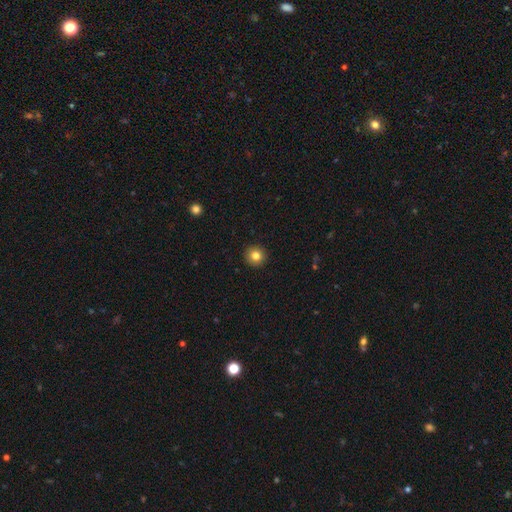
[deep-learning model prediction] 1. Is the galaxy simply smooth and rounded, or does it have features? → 82% smooth, 11% star or artifact, 7% featured or disk.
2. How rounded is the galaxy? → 95% round, 4% in between, 1% cigar-shaped.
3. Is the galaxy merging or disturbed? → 93% none, 4% minor disturbance, 1% major disturbance, 1% merger.